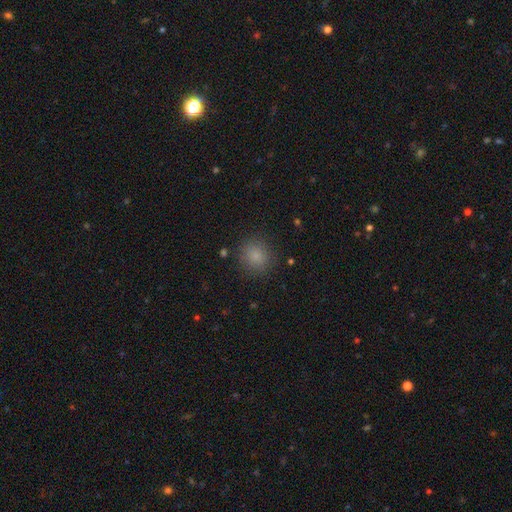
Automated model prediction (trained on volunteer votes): Smooth or featured? Predicted: smooth (p=0.82). How rounded? Predicted: round (p=0.85). Merging? Predicted: none (p=0.86).